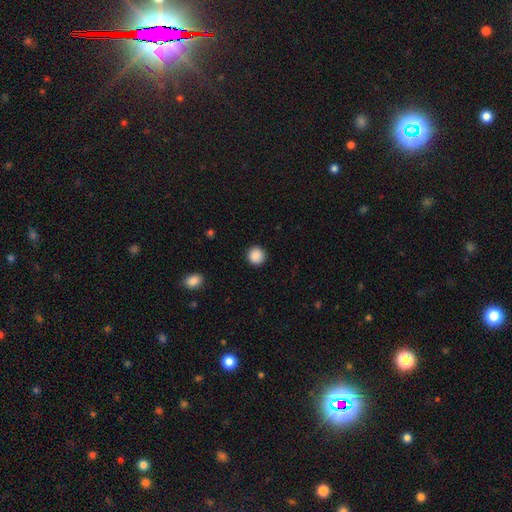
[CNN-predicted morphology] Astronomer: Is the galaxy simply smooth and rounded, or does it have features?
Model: smooth — 89%.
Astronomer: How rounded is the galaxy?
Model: round — 94%.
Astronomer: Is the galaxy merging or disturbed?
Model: none — 92%.